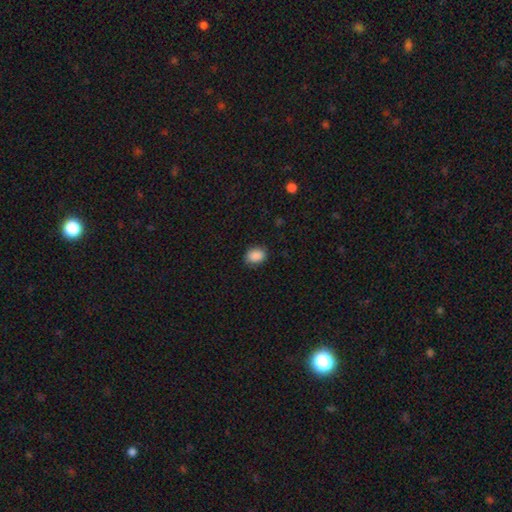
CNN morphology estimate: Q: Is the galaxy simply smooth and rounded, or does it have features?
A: smooth — 89%.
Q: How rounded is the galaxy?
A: in between — 62%.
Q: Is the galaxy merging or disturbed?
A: none — 84%.